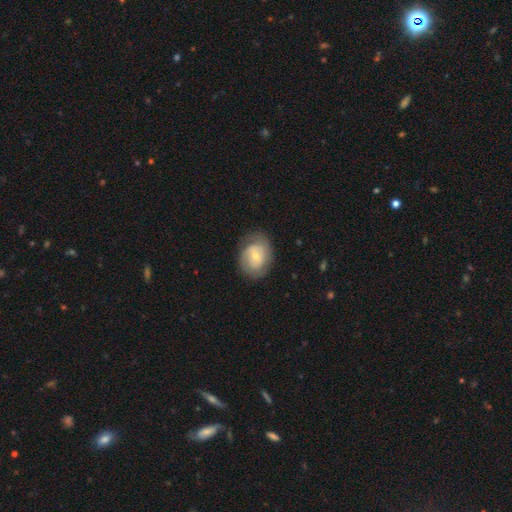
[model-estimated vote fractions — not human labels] featured or disk 53%, smooth 40%, star or artifact 6%. Down the decision tree: edge-on disk — no (96%); bar — no (57%); spiral arms — yes (68%); bulge size — small (58%); merging — none (70%).